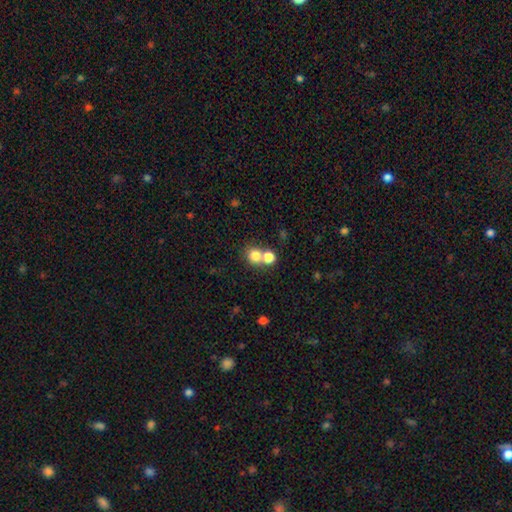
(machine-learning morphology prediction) type=smooth (77%); roundness=round (84%); merging=none (48%).